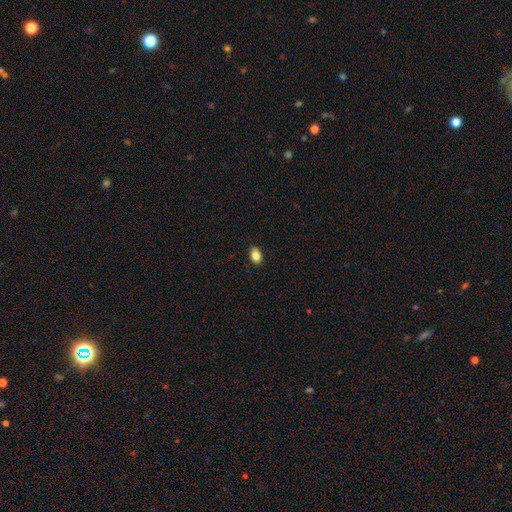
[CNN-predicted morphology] smooth 86%, star or artifact 9%, featured or disk 5%. Down the decision tree: how rounded — in between (85%); merging — none (88%).